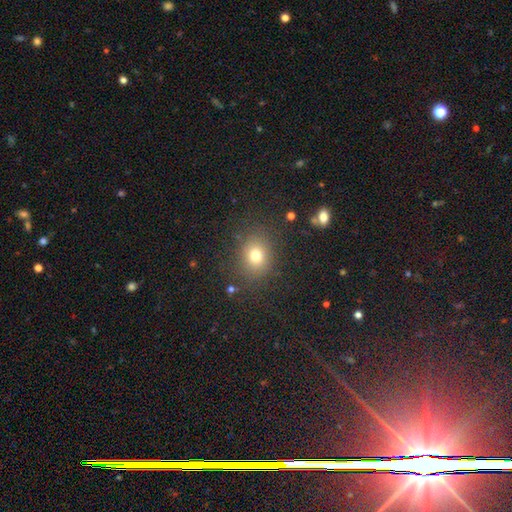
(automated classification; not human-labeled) The model was most divided on "how rounded": round: 63%, in between: 36%, cigar-shaped: 1%. More confident: merging — none (83%); smooth or featured — smooth (75%).